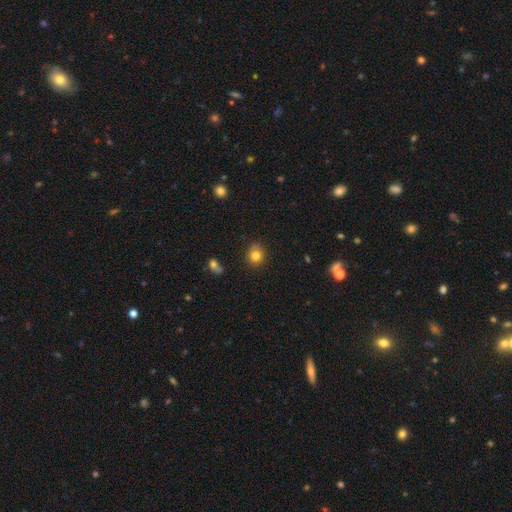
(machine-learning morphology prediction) Smooth or featured? Predicted: smooth (p=0.81). How rounded? Predicted: round (p=0.77). Merging? Predicted: none (p=0.80).